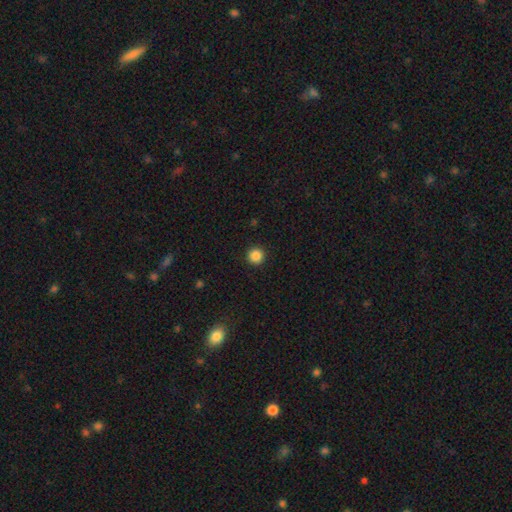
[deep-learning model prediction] Smooth or featured: smooth — 86% (star or artifact — 11%)
How rounded: round — 96% (in between — 3%)
Merging: none — 93% (minor disturbance — 4%)